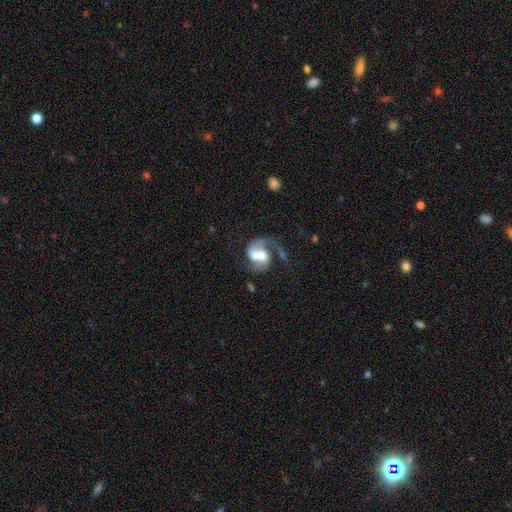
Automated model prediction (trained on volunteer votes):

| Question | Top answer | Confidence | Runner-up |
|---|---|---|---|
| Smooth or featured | featured or disk | 78% | smooth (15%) |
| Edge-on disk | no | 98% | yes (2%) |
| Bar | no | 57% | weak (32%) |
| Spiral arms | yes | 91% | no (9%) |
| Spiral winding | medium | 45% | loose (42%) |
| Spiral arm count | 2 | 62% | 1 (31%) |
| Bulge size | moderate | 55% | large (21%) |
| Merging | merger | 55% | none (22%) |